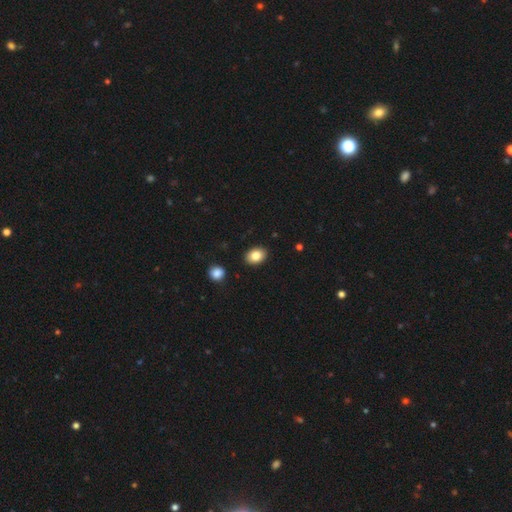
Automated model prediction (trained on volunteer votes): Q: Smooth or featured?
A: smooth (84%); runner-up: star or artifact (8%)
Q: How rounded?
A: in between (77%); runner-up: round (22%)
Q: Merging?
A: none (89%); runner-up: minor disturbance (7%)